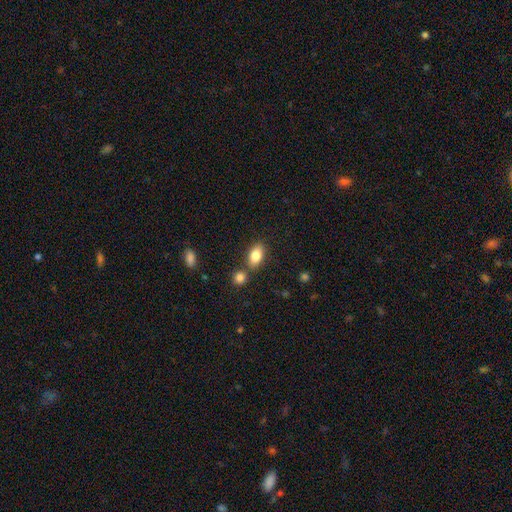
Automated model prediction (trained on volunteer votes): This appears to be a smooth galaxy with no disk features (83%) that is in between round and cigar-shaped (88%). Merging: none (69%).